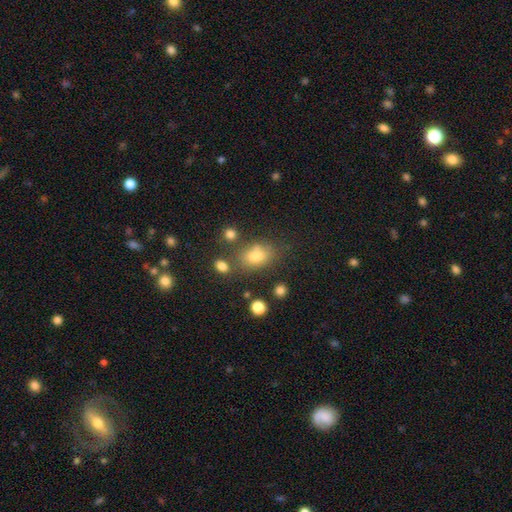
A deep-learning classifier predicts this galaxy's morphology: This appears to be a smooth galaxy with no disk features (78%) that is in between round and cigar-shaped (77%). Merging: none (67%).